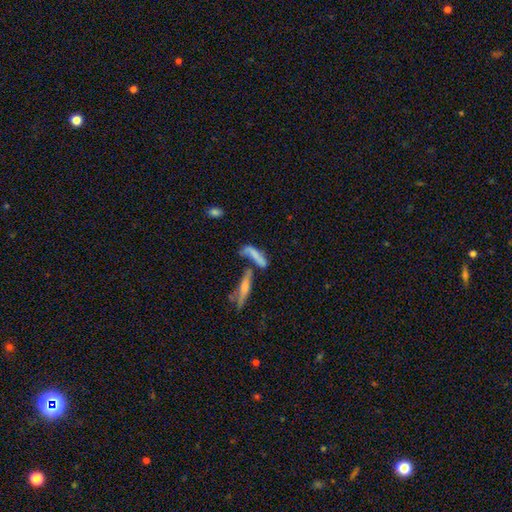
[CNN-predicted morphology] This appears to be a smooth galaxy with no disk features (62%) that is cigar-shaped (67%). Merging: merger (41%).